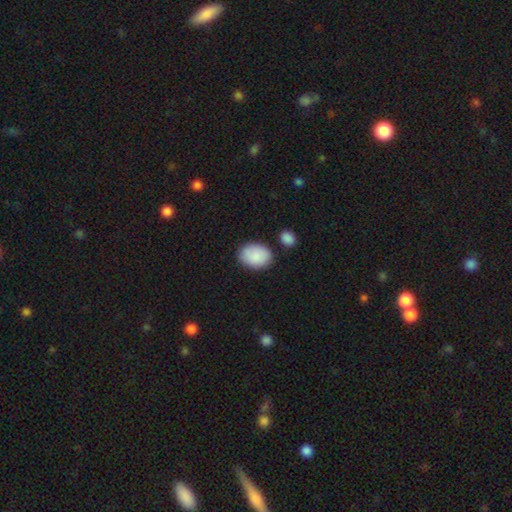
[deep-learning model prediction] Smooth or featured? smooth (89%)
How rounded? in between (78%)
Merging? none (78%)